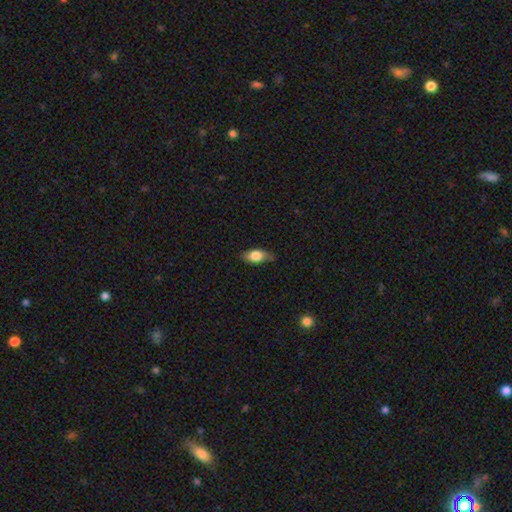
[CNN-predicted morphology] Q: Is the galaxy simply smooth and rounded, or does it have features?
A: smooth — 76%.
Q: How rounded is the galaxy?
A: in between — 85%.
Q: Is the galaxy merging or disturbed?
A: none — 75%.